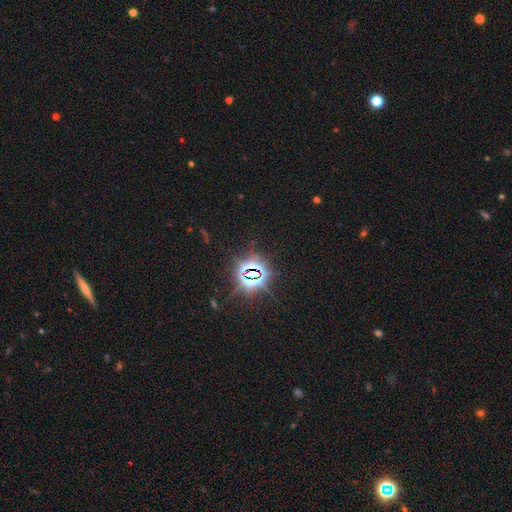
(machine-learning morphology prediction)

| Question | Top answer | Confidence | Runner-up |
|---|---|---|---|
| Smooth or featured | star or artifact | 83% | smooth (11%) |